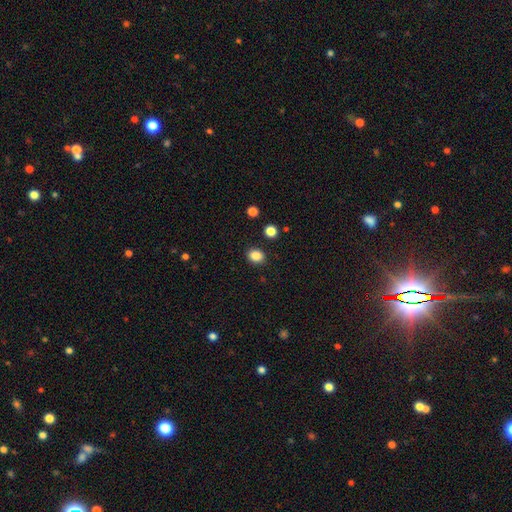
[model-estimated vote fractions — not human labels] Smooth or featured? Predicted: smooth (p=0.86). How rounded? Predicted: round (p=0.60). Merging? Predicted: none (p=0.89).